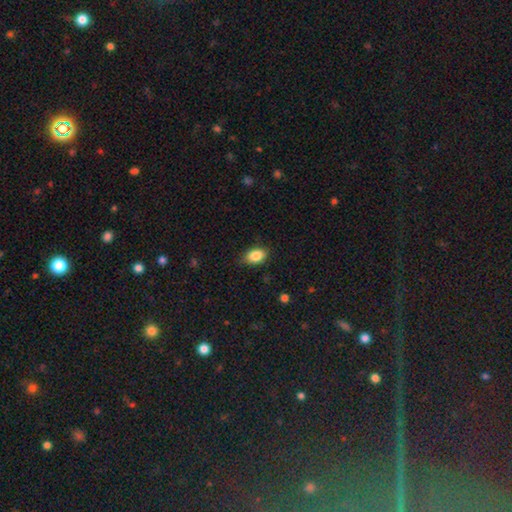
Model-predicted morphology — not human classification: smooth-or-featured: smooth: 87% | star or artifact: 8% | featured or disk: 5%
  how-rounded: in between: 85% | round: 14% | cigar-shaped: 1%
  merging: none: 81% | minor disturbance: 16% | major disturbance: 3% | merger: 1%